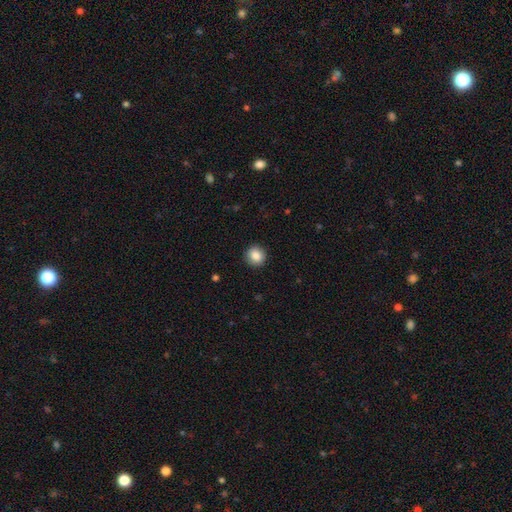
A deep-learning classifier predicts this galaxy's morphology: Smooth or featured?
  - smooth: 86% *
  - star or artifact: 9%
  - featured or disk: 5%
How rounded?
  - round: 91% *
  - in between: 8%
  - cigar-shaped: 1%
Merging?
  - none: 91% *
  - minor disturbance: 6%
  - major disturbance: 2%
  - merger: 1%